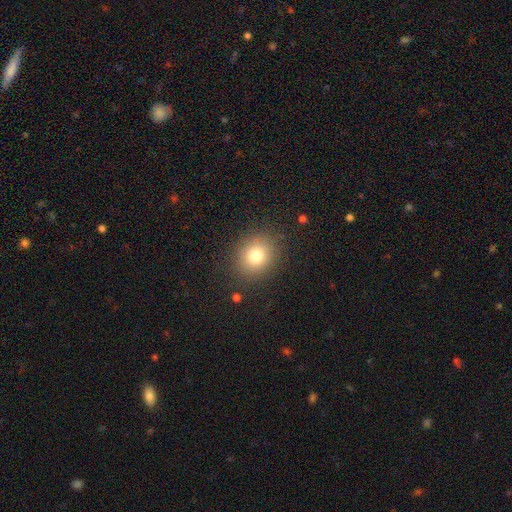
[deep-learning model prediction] smooth 77%, star or artifact 13%, featured or disk 10%. Down the decision tree: how rounded — round (66%); merging — none (86%).